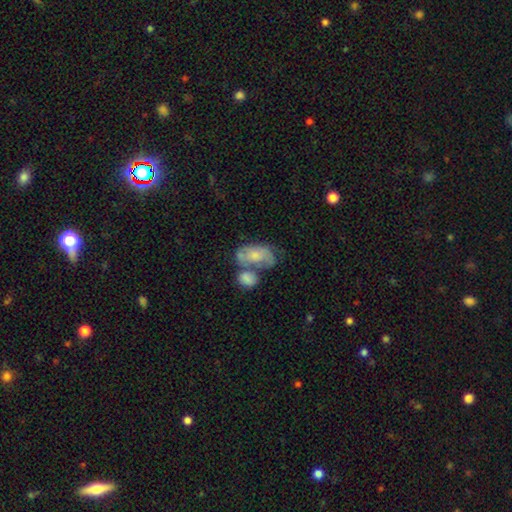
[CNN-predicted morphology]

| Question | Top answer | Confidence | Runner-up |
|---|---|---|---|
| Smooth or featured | smooth | 55% | featured or disk (39%) |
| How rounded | in between | 88% | round (9%) |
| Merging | merger | 46% | none (23%) |